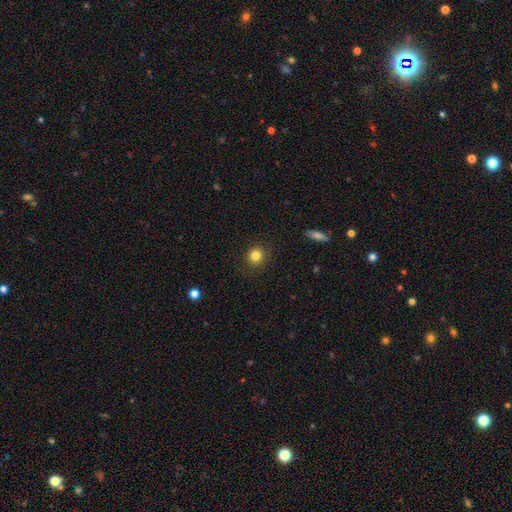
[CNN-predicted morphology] A smooth galaxy with no disk features (83%) that is round (89%).

Vote fractions:
- Smooth or featured? smooth: 83% / star or artifact: 11% / featured or disk: 6%
- How rounded? round: 89% / in between: 10% / cigar-shaped: 1%
- Merging? none: 89% / minor disturbance: 7% / major disturbance: 2% / merger: 1%